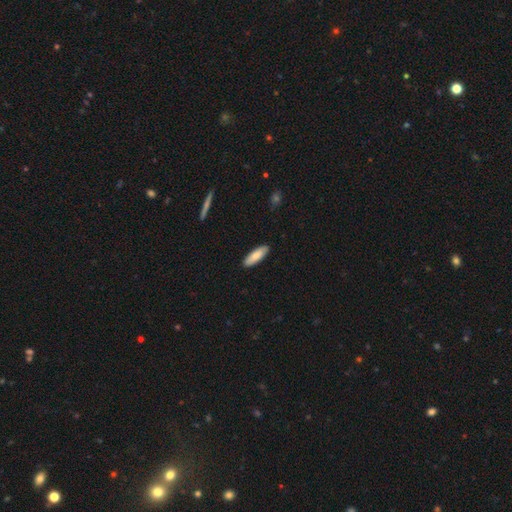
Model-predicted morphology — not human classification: type=smooth (80%); roundness=in between (54%); merging=none (90%).